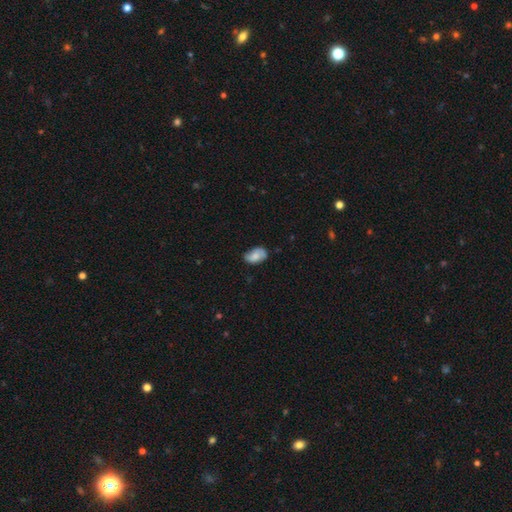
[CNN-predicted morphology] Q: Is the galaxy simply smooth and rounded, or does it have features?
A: smooth — 68%.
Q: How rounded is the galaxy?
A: in between — 91%.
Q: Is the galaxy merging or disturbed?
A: none — 65%.